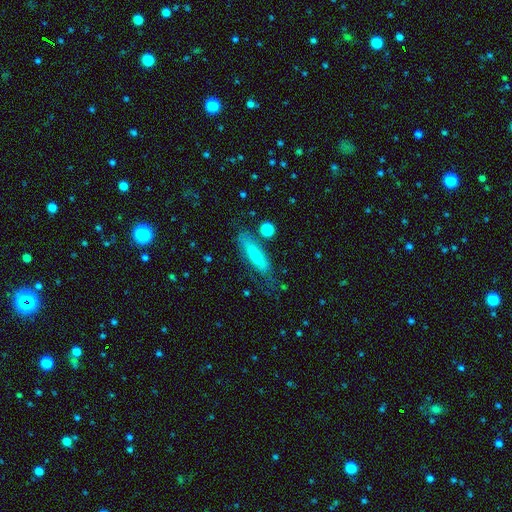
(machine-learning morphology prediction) type=smooth (67%); roundness=cigar-shaped (67%); merging=none (63%).